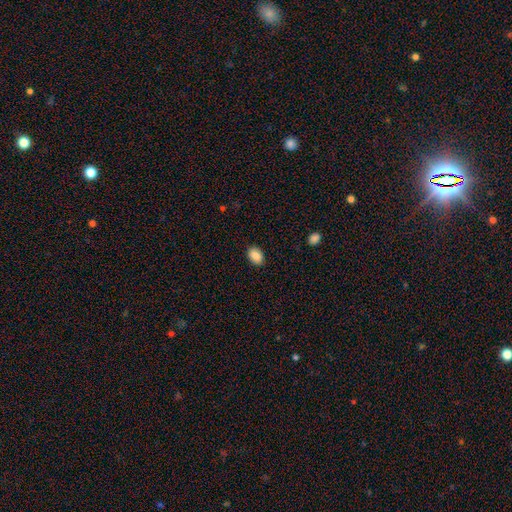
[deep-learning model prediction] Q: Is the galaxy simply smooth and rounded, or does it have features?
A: smooth — 87%.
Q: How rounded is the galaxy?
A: in between — 77%.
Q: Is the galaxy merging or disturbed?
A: none — 89%.